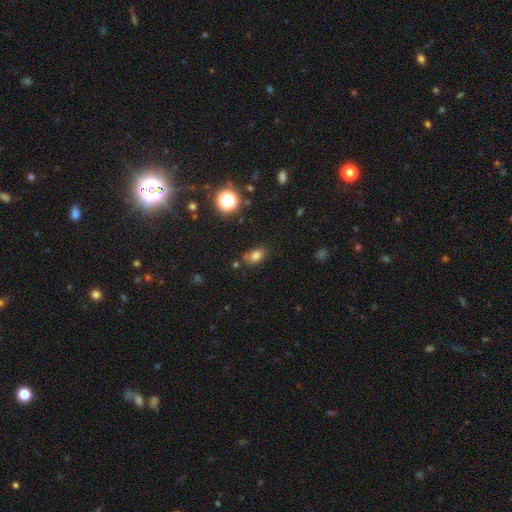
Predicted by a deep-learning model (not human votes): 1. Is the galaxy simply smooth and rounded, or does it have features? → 77% smooth, 15% star or artifact, 8% featured or disk.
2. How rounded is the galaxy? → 76% in between, 22% round, 2% cigar-shaped.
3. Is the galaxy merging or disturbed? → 71% none, 18% minor disturbance, 8% merger, 4% major disturbance.